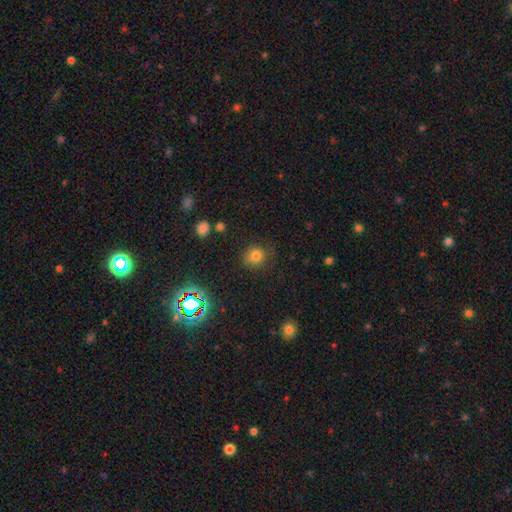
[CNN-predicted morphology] This appears to be a smooth galaxy with no disk features (77%) that is round (83%). Merging: none (81%).